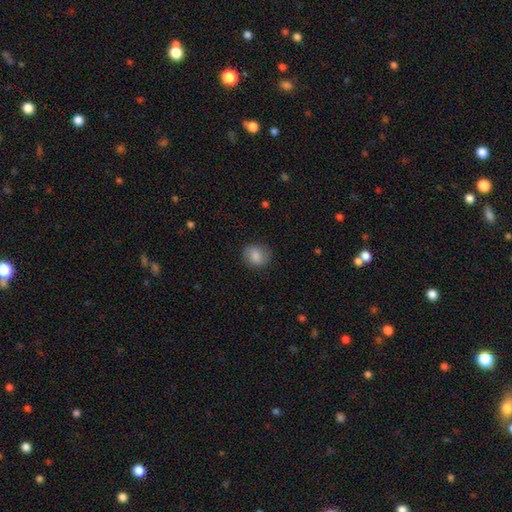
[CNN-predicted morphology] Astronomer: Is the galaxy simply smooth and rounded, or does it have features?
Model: smooth — 80%.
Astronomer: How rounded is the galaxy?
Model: round — 72%.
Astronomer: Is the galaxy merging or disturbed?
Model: none — 83%.